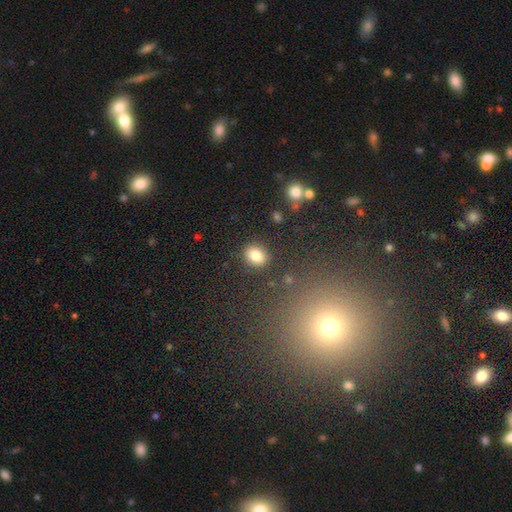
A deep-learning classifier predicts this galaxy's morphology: type=smooth (83%); roundness=in between (59%); merging=none (84%).